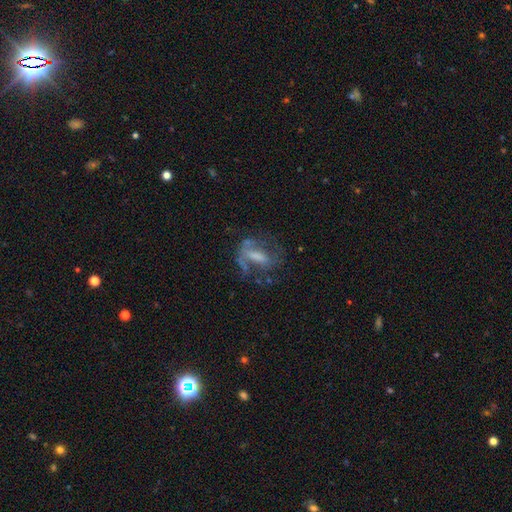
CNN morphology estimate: smooth_or_featured: featured or disk (p=0.59) [alt: smooth p=0.30]
disk_edge_on: no (p=0.90) [alt: yes p=0.10]
bar: strong (p=0.36) [alt: weak p=0.34]
has_spiral_arms: yes (p=0.51) [alt: no p=0.49]
bulge_size: moderate (p=0.32) [alt: none p=0.31]
merging: none (p=0.41) [alt: major disturbance p=0.34]